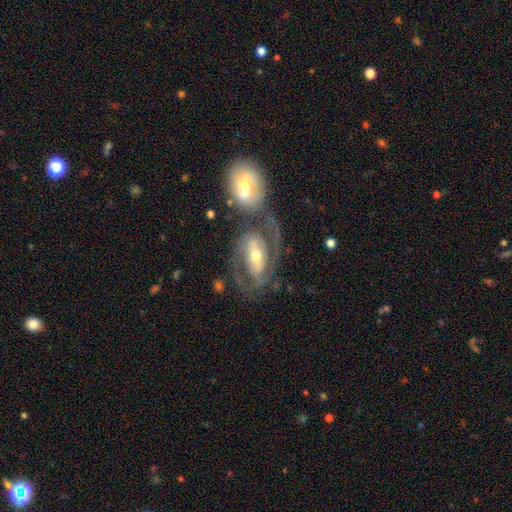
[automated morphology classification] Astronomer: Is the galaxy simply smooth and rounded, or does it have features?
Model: featured or disk — 82%.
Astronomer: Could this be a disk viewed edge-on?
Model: no — 95%.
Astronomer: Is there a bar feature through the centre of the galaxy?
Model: strong — 43% (runner-up: weak, 33%).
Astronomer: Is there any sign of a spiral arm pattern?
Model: yes — 88%.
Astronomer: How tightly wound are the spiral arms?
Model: medium — 50% (runner-up: tight, 32%).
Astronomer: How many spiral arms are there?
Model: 2 — 81%.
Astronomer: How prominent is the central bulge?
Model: moderate — 63%.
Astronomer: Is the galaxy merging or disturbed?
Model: none — 40% (runner-up: merger, 33%).